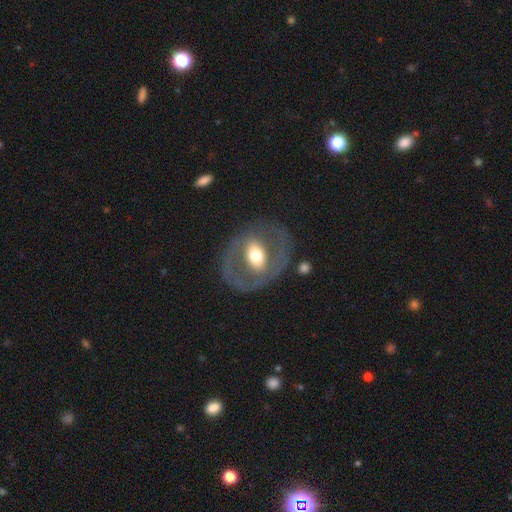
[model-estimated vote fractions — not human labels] A featured or disk galaxy (62%) with no bar (44%), no spiral arms (77%) and a moderate central bulge (62%). Merging: none (73%).